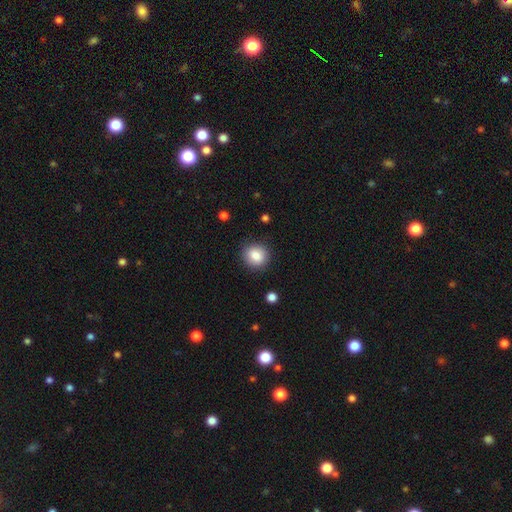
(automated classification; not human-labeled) The model was most divided on "how rounded": round: 84%, in between: 15%, cigar-shaped: 1%. More confident: merging — none (87%); smooth or featured — smooth (85%).